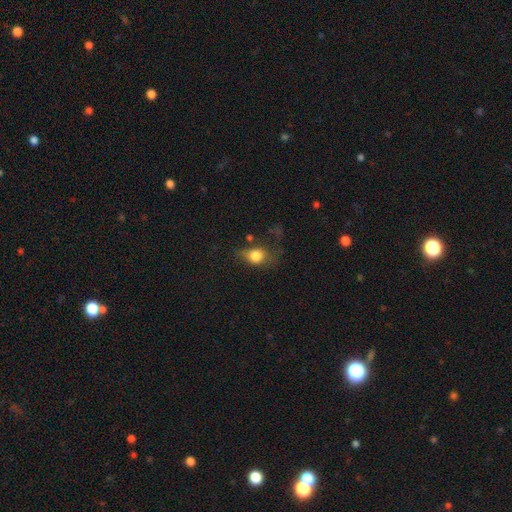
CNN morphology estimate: Smooth or featured?
  - smooth: 77% *
  - featured or disk: 12%
  - star or artifact: 10%
How rounded?
  - in between: 50% *
  - round: 48%
  - cigar-shaped: 2%
Merging?
  - none: 43% *
  - minor disturbance: 29%
  - major disturbance: 23%
  - merger: 4%